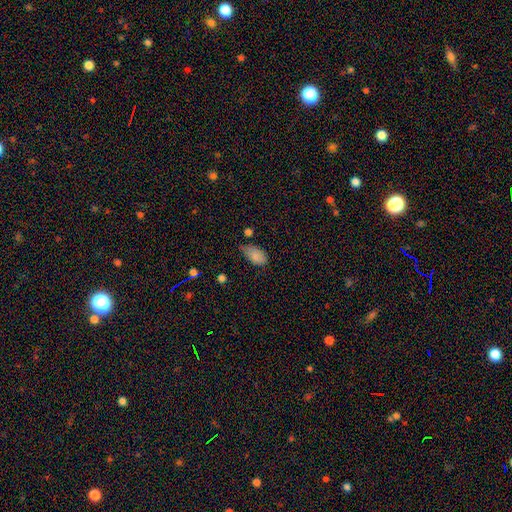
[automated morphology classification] Smooth or featured? smooth (84%)
How rounded? in between (93%)
Merging? none (44%)